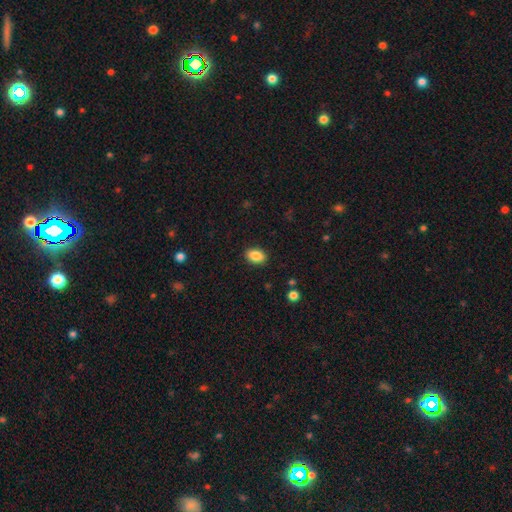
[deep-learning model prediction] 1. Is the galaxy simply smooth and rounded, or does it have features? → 86% smooth, 8% star or artifact, 6% featured or disk.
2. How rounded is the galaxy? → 83% in between, 15% round, 1% cigar-shaped.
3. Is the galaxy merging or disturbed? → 89% none, 8% minor disturbance, 2% major disturbance, 1% merger.